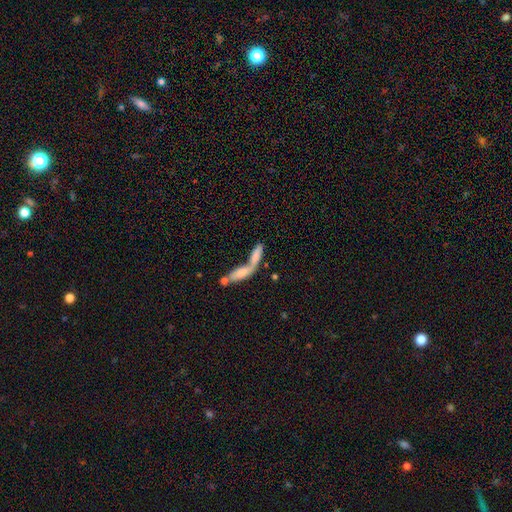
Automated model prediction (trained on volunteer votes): This is likely a smooth galaxy (69%). How rounded: possibly cigar-shaped (59%). Merging: likely merger (69%).